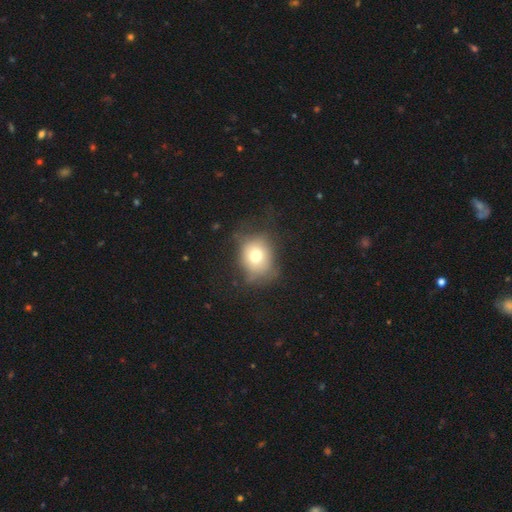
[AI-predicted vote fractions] Smooth or featured? Predicted: smooth (p=0.70). How rounded? Predicted: round (p=0.64). Merging? Predicted: none (p=0.54).